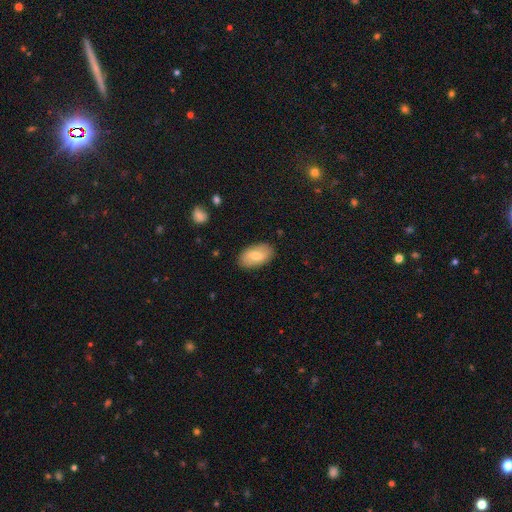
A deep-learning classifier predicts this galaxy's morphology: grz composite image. It shows a smooth galaxy with no disk features (67%) that is in between round and cigar-shaped (94%). Merging: none (86%).